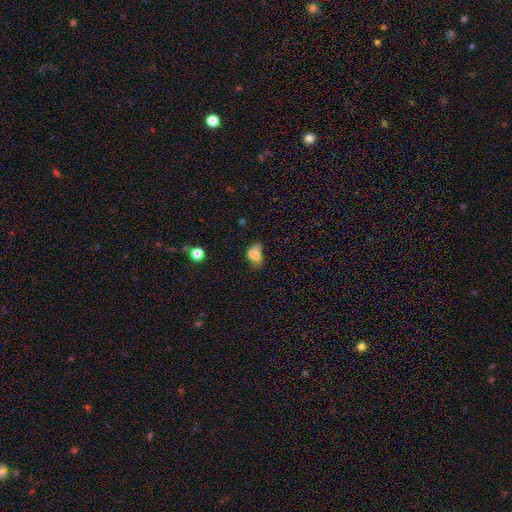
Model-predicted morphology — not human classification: A smooth galaxy with no disk features (66%) that is in between round and cigar-shaped (72%). Merging: merger (47%).